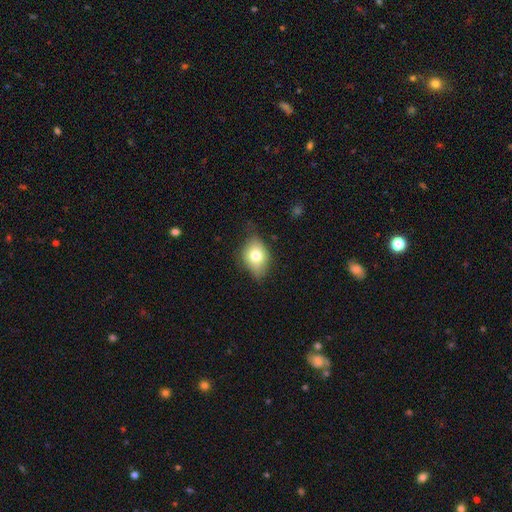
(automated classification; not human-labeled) Q: Smooth or featured?
A: smooth (72%); runner-up: featured or disk (19%)
Q: How rounded?
A: in between (66%); runner-up: round (33%)
Q: Merging?
A: none (59%); runner-up: minor disturbance (31%)